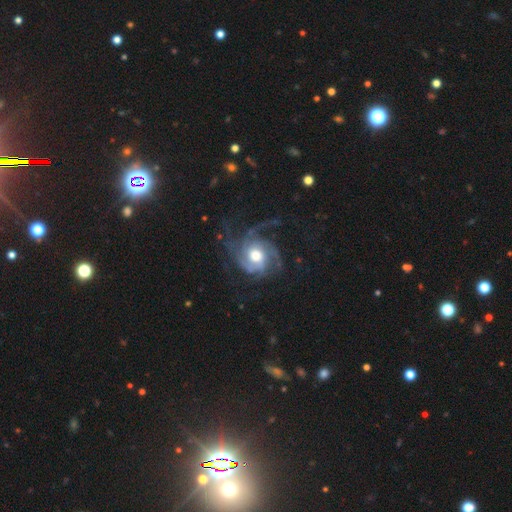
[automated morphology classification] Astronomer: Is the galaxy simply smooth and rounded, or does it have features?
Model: featured or disk — 85%.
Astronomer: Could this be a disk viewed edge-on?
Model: no — 98%.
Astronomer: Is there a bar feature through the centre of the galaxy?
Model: no — 74%.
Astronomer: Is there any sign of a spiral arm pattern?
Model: yes — 96%.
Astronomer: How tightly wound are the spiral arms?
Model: medium — 42% (runner-up: tight, 40%).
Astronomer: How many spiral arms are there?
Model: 3 — 34% (runner-up: can't tell, 19%).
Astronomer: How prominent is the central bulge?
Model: moderate — 54% (runner-up: large, 38%).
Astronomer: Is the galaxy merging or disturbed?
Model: none — 56%.